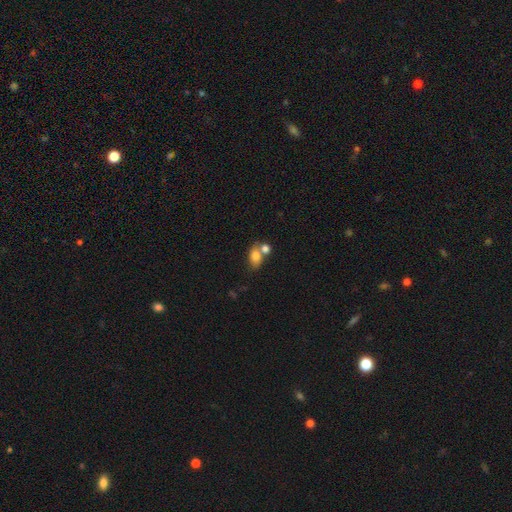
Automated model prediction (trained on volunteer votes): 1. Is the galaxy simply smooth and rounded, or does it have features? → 78% smooth, 13% featured or disk, 9% star or artifact.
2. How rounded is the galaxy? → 75% in between, 23% round, 2% cigar-shaped.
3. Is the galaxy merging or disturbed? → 47% merger, 37% none, 11% minor disturbance, 5% major disturbance.